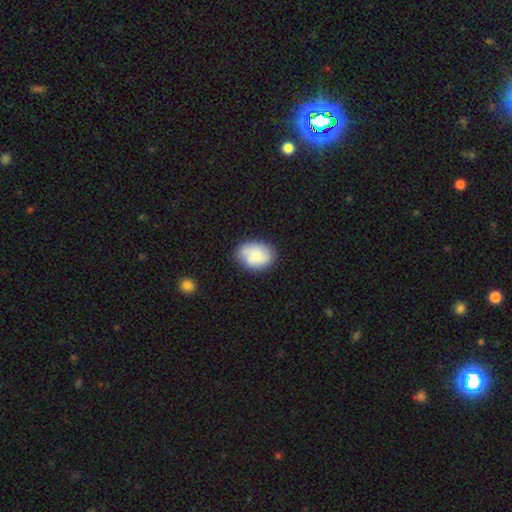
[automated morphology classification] Q: Smooth or featured?
A: smooth (59%); runner-up: featured or disk (33%)
Q: How rounded?
A: in between (64%); runner-up: round (35%)
Q: Merging?
A: none (69%); runner-up: minor disturbance (22%)